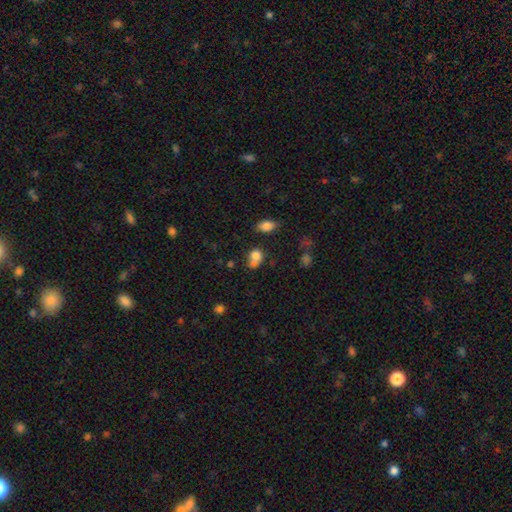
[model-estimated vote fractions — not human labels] smooth 77%, star or artifact 12%, featured or disk 11%. Down the decision tree: how rounded — round (63%); merging — merger (45%).